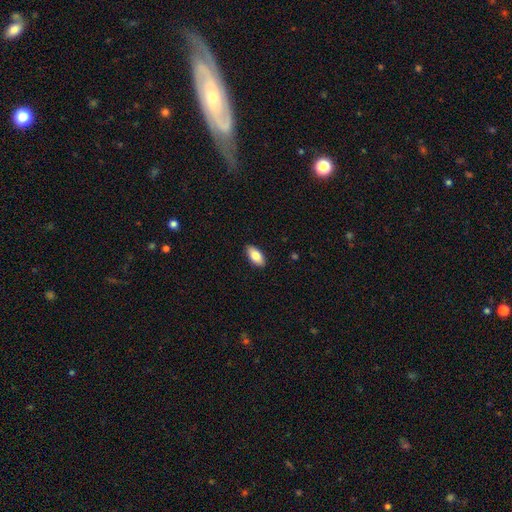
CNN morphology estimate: Overall: smooth (83%). How rounded: in between (92%). Merging: none (89%).